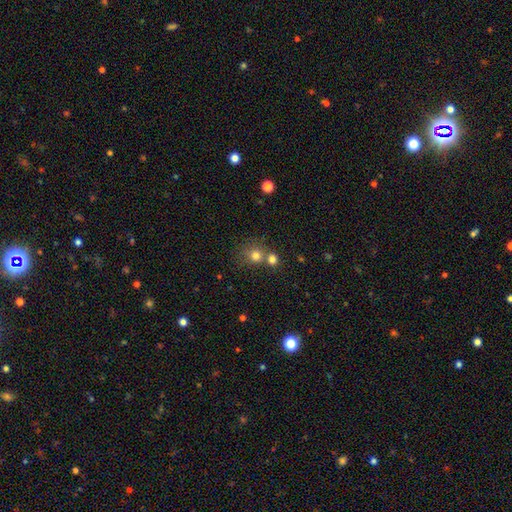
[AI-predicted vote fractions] Q: Smooth or featured?
A: smooth (76%); runner-up: star or artifact (15%)
Q: How rounded?
A: round (85%); runner-up: in between (14%)
Q: Merging?
A: none (53%); runner-up: merger (34%)